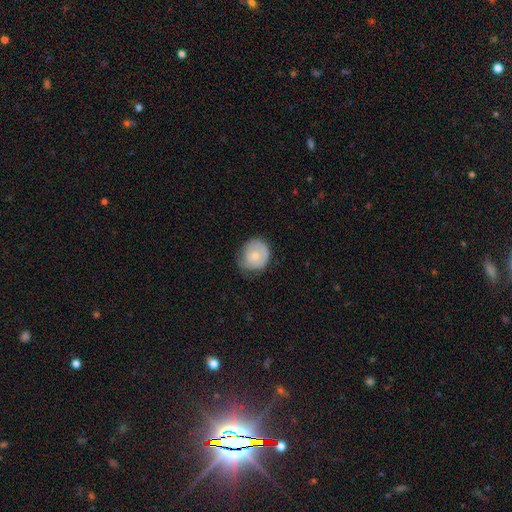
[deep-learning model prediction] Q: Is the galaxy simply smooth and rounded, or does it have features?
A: smooth — 60%.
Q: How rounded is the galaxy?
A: round — 83%.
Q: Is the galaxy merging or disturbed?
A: none — 56%.